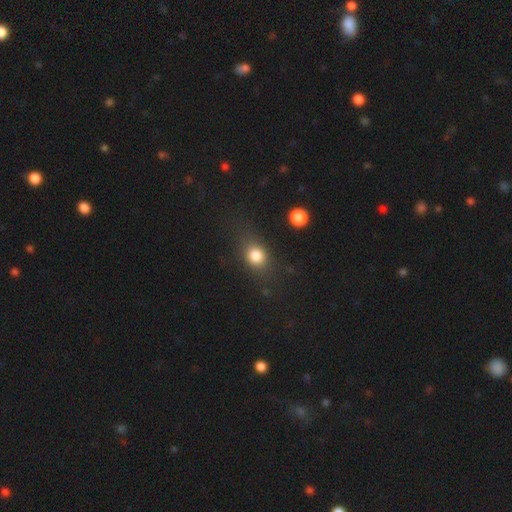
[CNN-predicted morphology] smooth_or_featured: smooth (p=0.80) [alt: star or artifact p=0.11]
how_rounded: round (p=0.56) [alt: in between p=0.41]
merging: none (p=0.70) [alt: minor disturbance p=0.18]